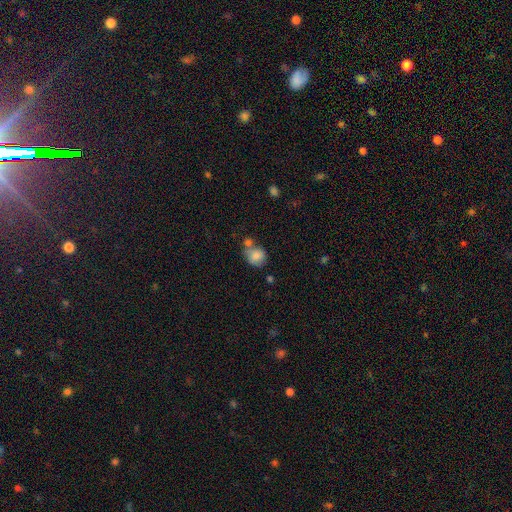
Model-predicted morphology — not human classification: The model was most divided on "merging": none: 44%, merger: 31%, minor disturbance: 18%, major disturbance: 7%. More confident: smooth or featured — smooth (80%); how rounded — round (68%).